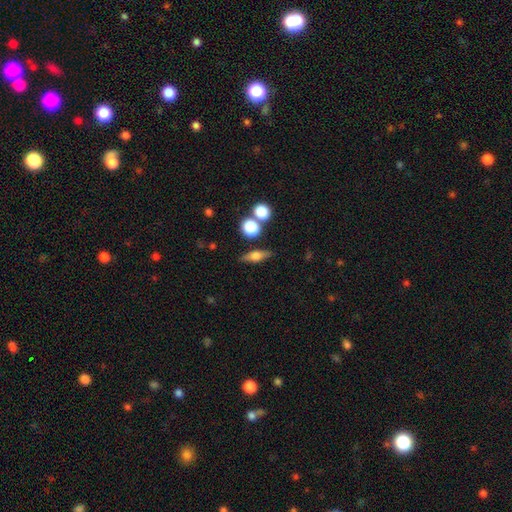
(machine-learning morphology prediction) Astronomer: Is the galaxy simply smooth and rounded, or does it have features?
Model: smooth — 49% (runner-up: featured or disk, 41%).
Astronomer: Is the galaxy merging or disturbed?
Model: none — 79%.